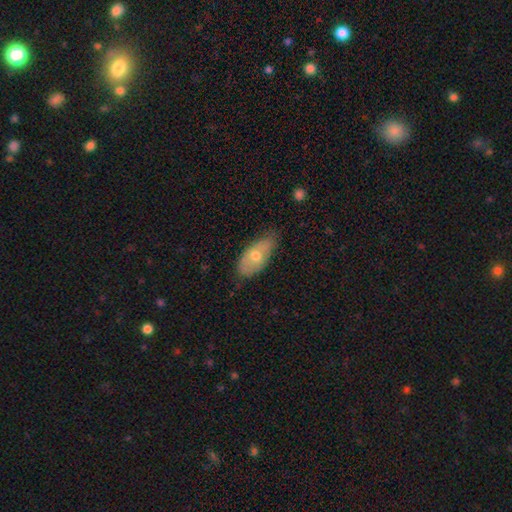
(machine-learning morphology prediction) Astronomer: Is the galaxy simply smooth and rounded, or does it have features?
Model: smooth — 61%.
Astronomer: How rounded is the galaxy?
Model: in between — 88%.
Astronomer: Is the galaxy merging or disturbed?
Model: none — 63%.